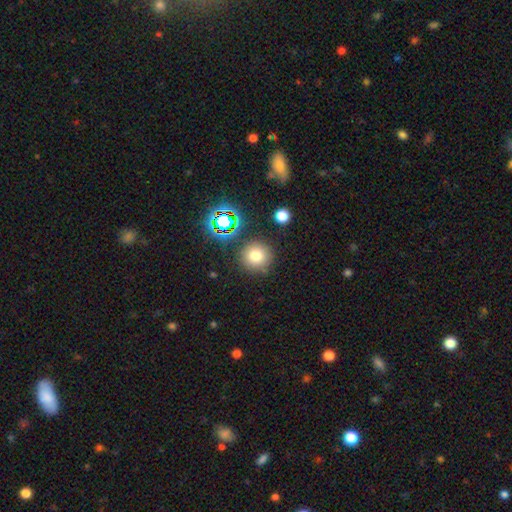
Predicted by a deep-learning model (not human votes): Smooth or featured? Predicted: smooth (p=0.72). How rounded? Predicted: round (p=0.94). Merging? Predicted: none (p=0.84).